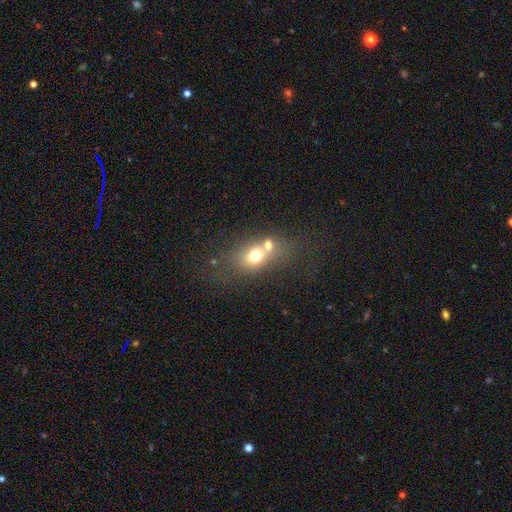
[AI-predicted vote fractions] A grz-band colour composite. It shows a smooth galaxy with no disk features (67%) that is in between round and cigar-shaped (59%). Merging: merger (51%).